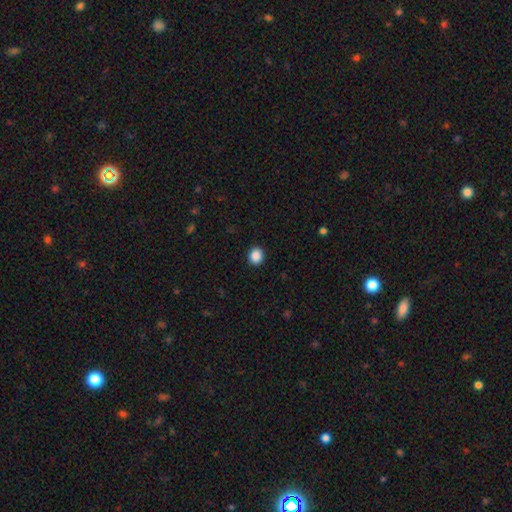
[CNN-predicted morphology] Smooth or featured?
  - smooth: 89% *
  - star or artifact: 9%
  - featured or disk: 2%
How rounded?
  - round: 71% *
  - in between: 28%
  - cigar-shaped: 1%
Merging?
  - none: 92% *
  - minor disturbance: 6%
  - major disturbance: 2%
  - merger: 1%